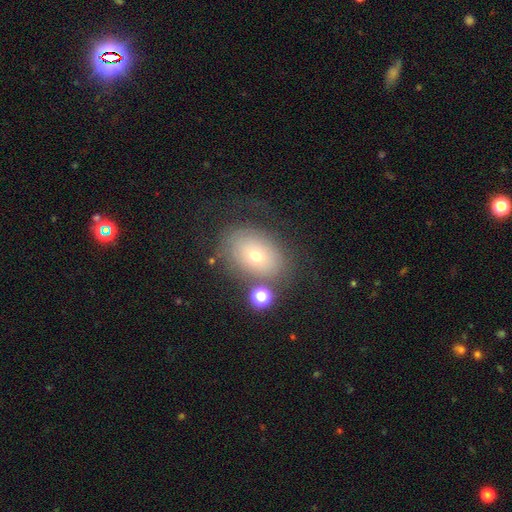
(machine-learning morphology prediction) smooth 56%, featured or disk 30%, star or artifact 14%. Down the decision tree: how rounded — in between (68%); merging — none (61%).